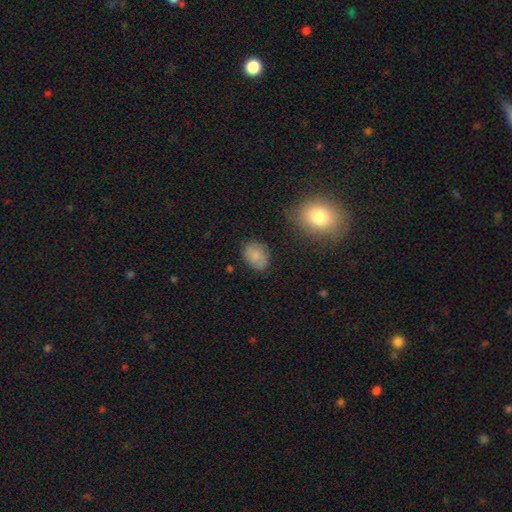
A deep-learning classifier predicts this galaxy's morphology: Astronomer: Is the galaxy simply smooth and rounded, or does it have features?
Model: smooth — 79%.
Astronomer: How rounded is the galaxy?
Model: in between — 73%.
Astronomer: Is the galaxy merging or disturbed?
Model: none — 80%.